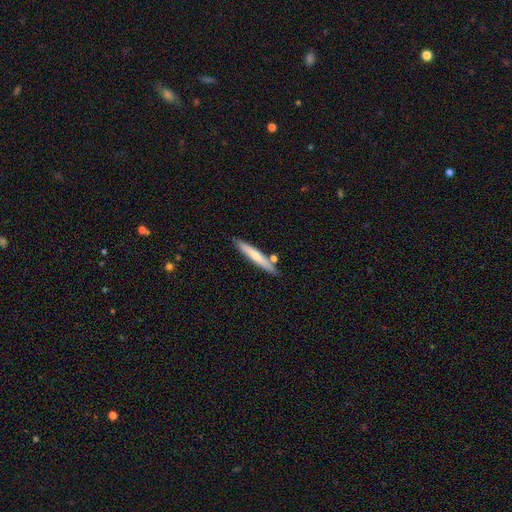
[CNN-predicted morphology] Smooth or featured?
  - smooth: 64% *
  - featured or disk: 31%
  - star or artifact: 6%
How rounded?
  - cigar-shaped: 94% *
  - in between: 5%
  - round: 1%
Merging?
  - none: 80% *
  - minor disturbance: 11%
  - merger: 7%
  - major disturbance: 2%